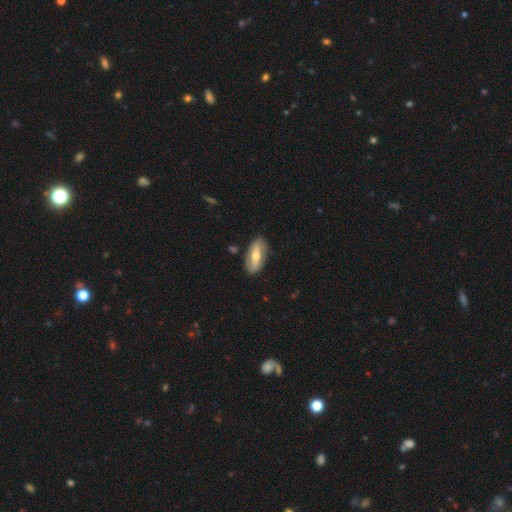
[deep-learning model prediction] featured or disk 61%, smooth 34%, star or artifact 6%. Down the decision tree: edge-on disk — no (84%); bar — strong (47%); spiral arms — yes (67%); bulge size — moderate (66%); merging — none (81%).